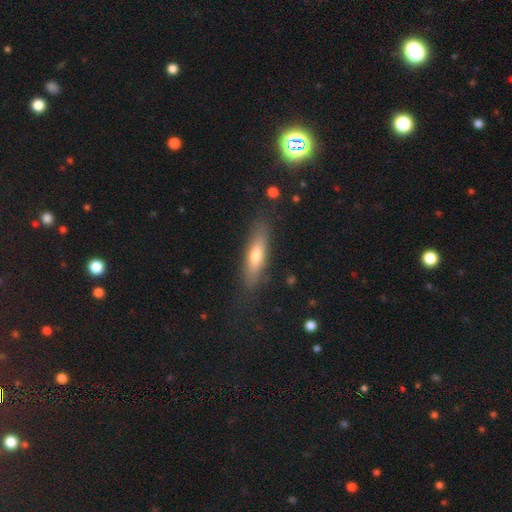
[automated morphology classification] A smooth galaxy with no disk features (57%) that is cigar-shaped (68%). Merging: none (83%).